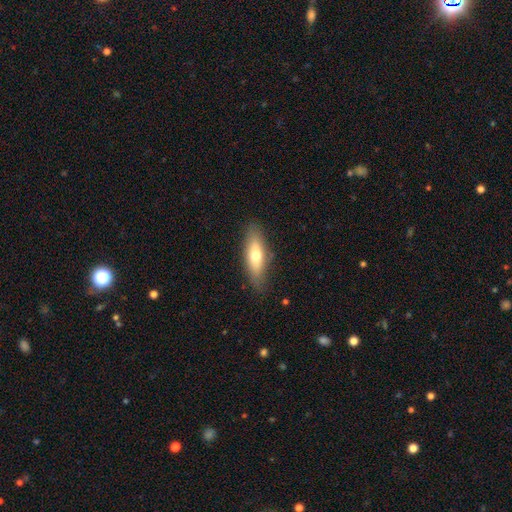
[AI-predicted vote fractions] smooth-or-featured: smooth: 63% | featured or disk: 30% | star or artifact: 6%
  how-rounded: in between: 52% | cigar-shaped: 45% | round: 3%
  merging: none: 83% | minor disturbance: 13% | major disturbance: 3% | merger: 1%